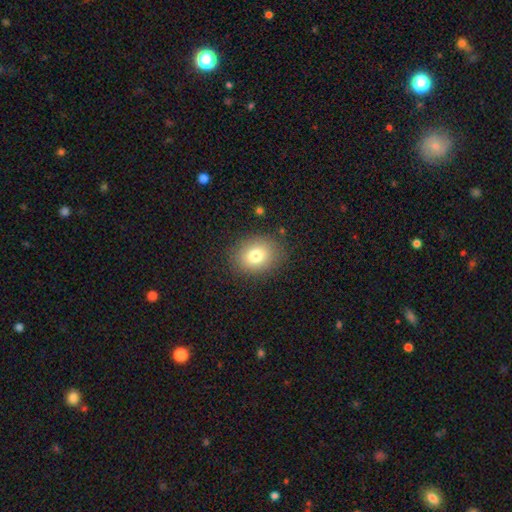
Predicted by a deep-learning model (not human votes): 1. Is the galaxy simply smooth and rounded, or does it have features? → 78% smooth, 11% star or artifact, 10% featured or disk.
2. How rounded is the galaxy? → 54% round, 46% in between, 1% cigar-shaped.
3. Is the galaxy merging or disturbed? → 85% none, 10% minor disturbance, 4% major disturbance, 1% merger.